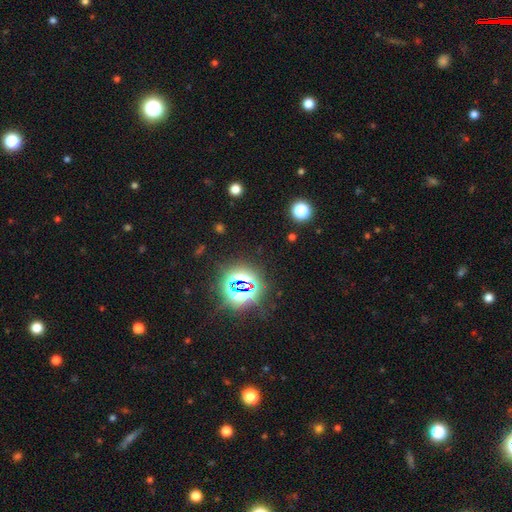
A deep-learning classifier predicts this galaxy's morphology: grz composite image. It shows a star or artifact, not a galaxy (78%).